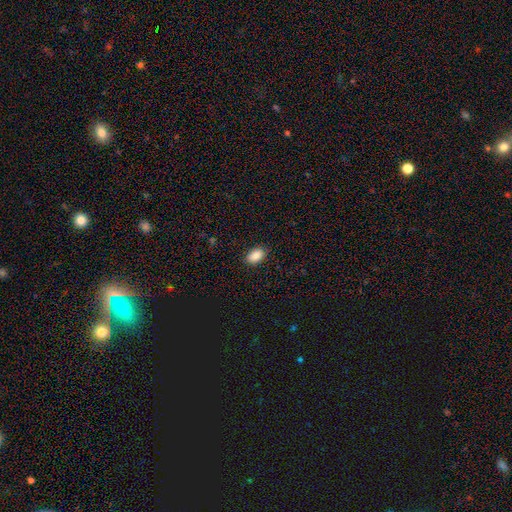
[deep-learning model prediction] Smooth or featured? smooth (89%)
How rounded? in between (91%)
Merging? none (88%)